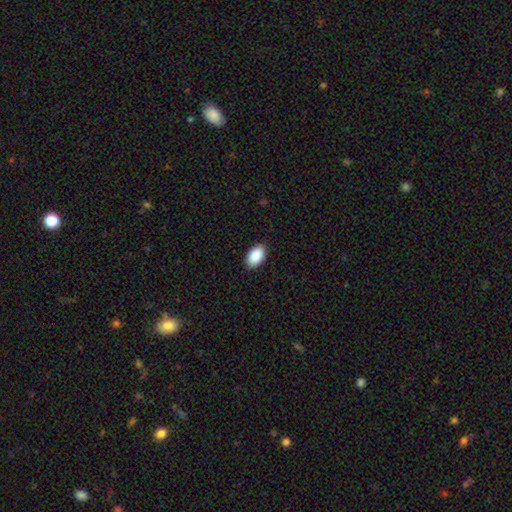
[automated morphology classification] Smooth or featured? smooth (90%)
How rounded? in between (93%)
Merging? none (89%)